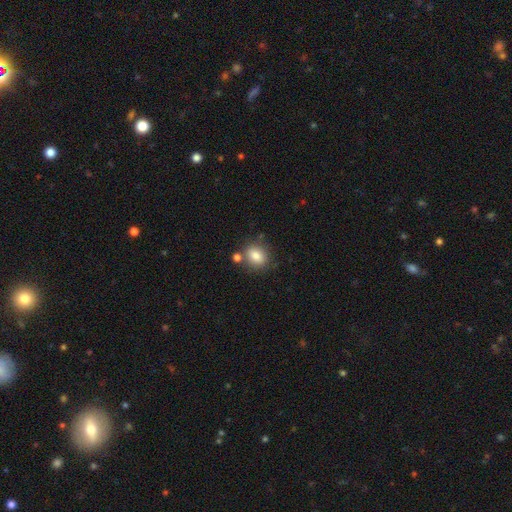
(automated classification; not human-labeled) A smooth galaxy with no disk features (82%) that is round (55%). Merging: none (71%).